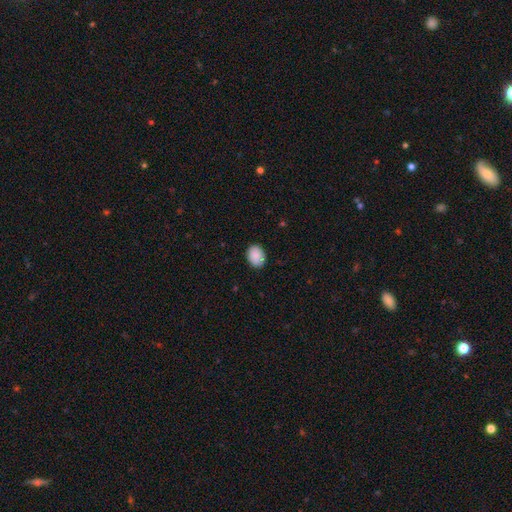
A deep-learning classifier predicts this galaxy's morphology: This is clearly a smooth galaxy (89%). How rounded: likely in between (72%). Merging: clearly none (85%).